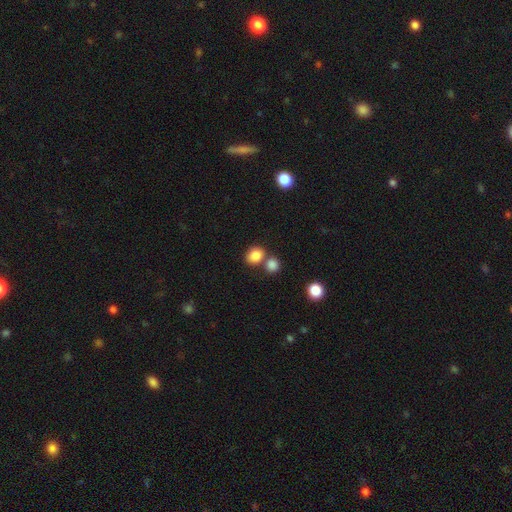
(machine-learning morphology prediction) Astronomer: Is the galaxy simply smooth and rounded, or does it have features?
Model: smooth — 84%.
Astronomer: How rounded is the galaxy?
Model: round — 57% (runner-up: in between, 42%).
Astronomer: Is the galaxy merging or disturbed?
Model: none — 55% (runner-up: merger, 32%).